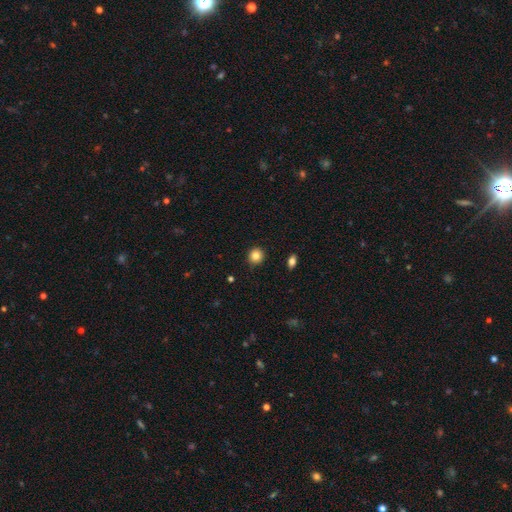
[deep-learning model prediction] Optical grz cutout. It shows a smooth galaxy with no disk features (84%) that is round (88%). Merging: none (90%).